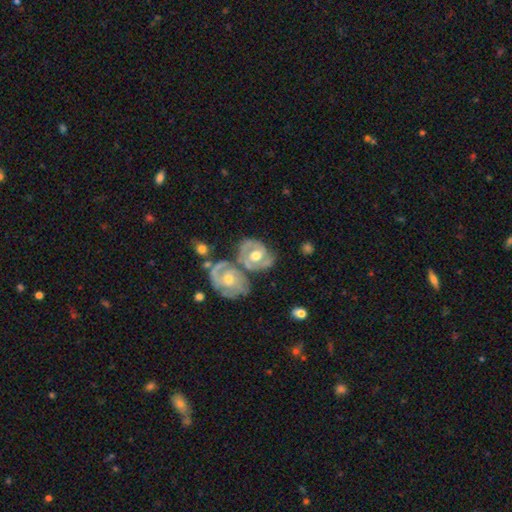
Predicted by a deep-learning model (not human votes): A featured or disk galaxy (77%) with no bar (60%), 2 (67%) tight (45%) spiral arms (84%) and a moderate central bulge (71%). Merging: merger (40%).